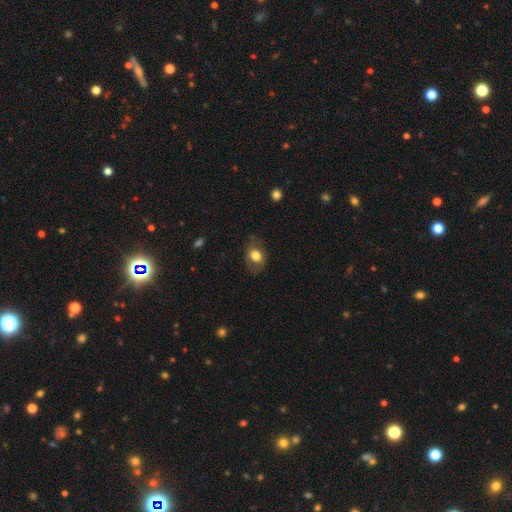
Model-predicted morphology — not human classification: smooth 68%, featured or disk 24%, star or artifact 8%. Down the decision tree: how rounded — in between (71%); merging — none (66%).